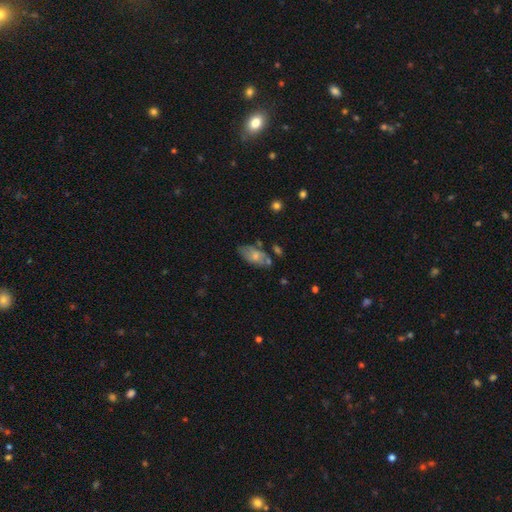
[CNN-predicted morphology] smooth-or-featured: smooth: 62% | featured or disk: 31% | star or artifact: 7%
  how-rounded: in between: 91% | cigar-shaped: 6% | round: 3%
  merging: none: 54% | minor disturbance: 27% | merger: 10% | major disturbance: 9%